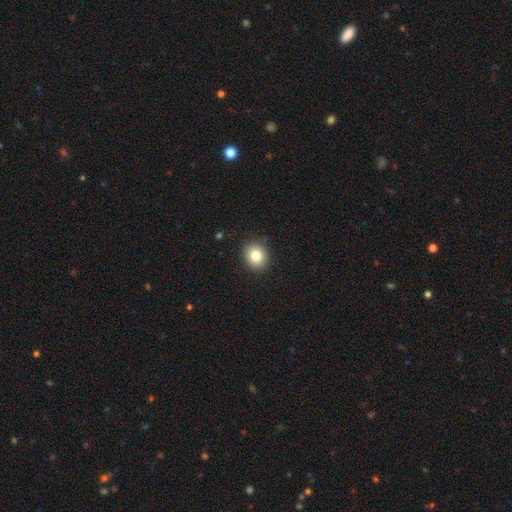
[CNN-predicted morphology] Smooth or featured?
  - smooth: 83% *
  - star or artifact: 10%
  - featured or disk: 7%
How rounded?
  - round: 71% *
  - in between: 28%
  - cigar-shaped: 1%
Merging?
  - none: 89% *
  - minor disturbance: 8%
  - major disturbance: 2%
  - merger: 1%